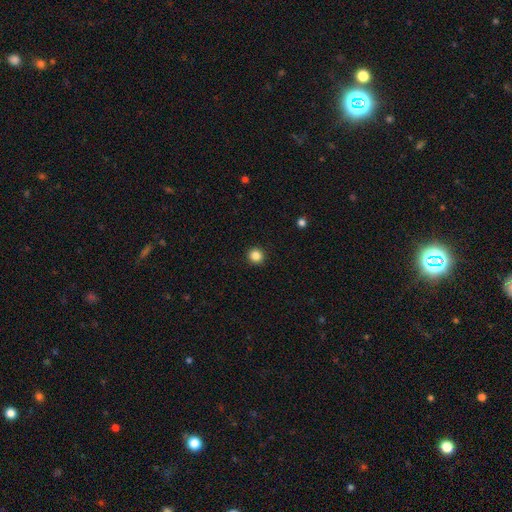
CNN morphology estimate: Q: Smooth or featured?
A: smooth (85%); runner-up: star or artifact (11%)
Q: How rounded?
A: round (94%); runner-up: in between (6%)
Q: Merging?
A: none (93%); runner-up: minor disturbance (4%)